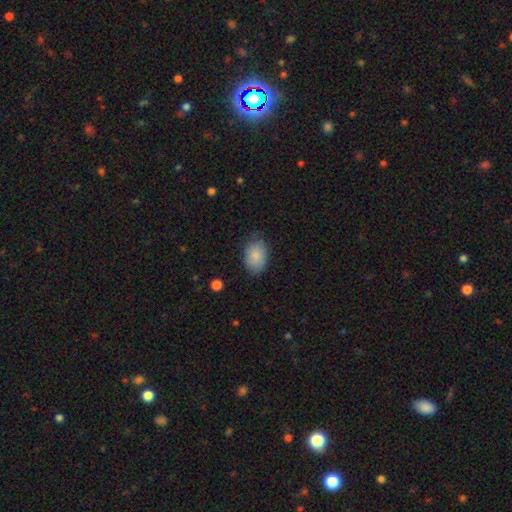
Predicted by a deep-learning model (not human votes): Overall: smooth (85%). How rounded: in between (80%). Merging: none (72%).